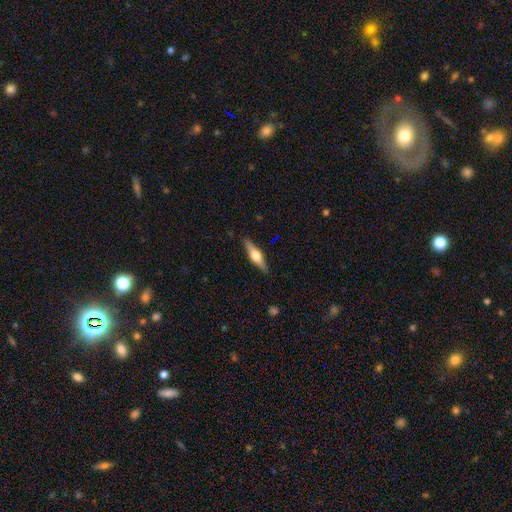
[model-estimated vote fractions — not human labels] smooth_or_featured: featured or disk (p=0.69) [alt: smooth p=0.25]
disk_edge_on: yes (p=0.97) [alt: no p=0.03]
edge_on_bulge: rounded (p=0.94) [alt: boxy p=0.05]
merging: none (p=0.90) [alt: minor disturbance p=0.08]